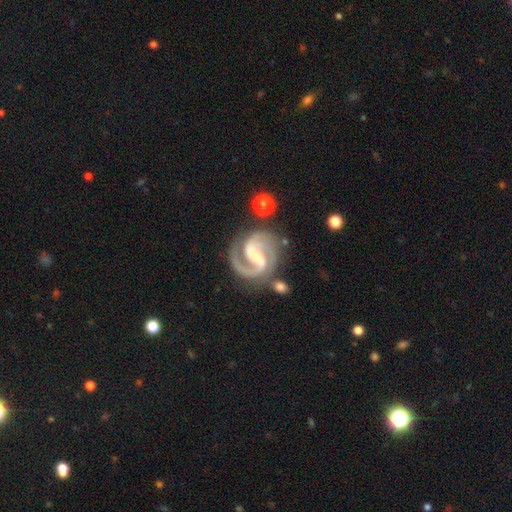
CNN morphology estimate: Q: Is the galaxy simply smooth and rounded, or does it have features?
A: featured or disk — 93%.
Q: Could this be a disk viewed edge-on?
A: no — 98%.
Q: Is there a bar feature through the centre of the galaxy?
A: strong — 47%.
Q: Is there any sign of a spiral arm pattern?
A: yes — 98%.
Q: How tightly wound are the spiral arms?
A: medium — 58%.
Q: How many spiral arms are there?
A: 2 — 89%.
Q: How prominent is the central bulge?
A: small — 48%.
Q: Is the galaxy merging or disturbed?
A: none — 70%.